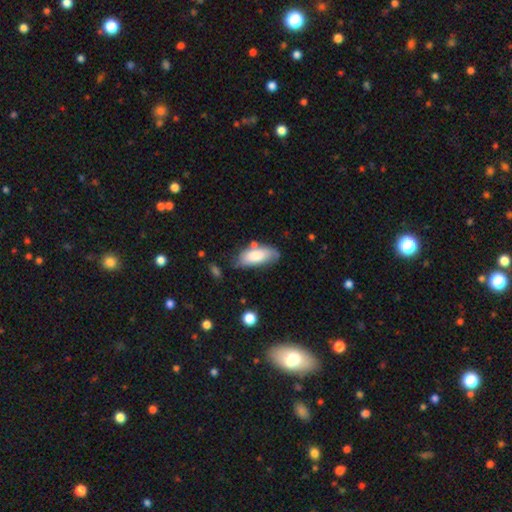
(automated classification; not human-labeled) Morphology: type=smooth (79%); roundness=in between (83%); merging=none (63%).